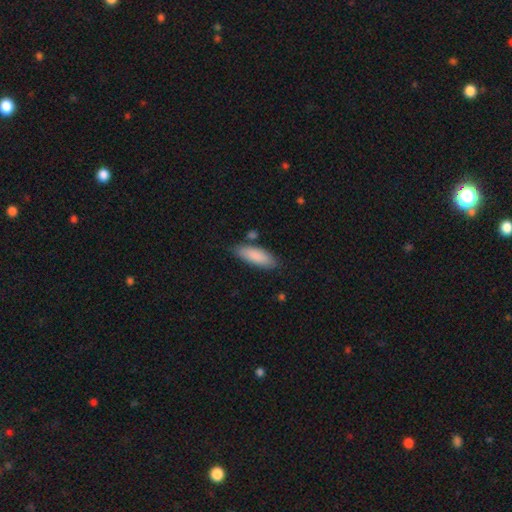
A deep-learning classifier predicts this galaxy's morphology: A smooth galaxy with no disk features (87%) that is in between round and cigar-shaped (60%). Merging: none (79%).